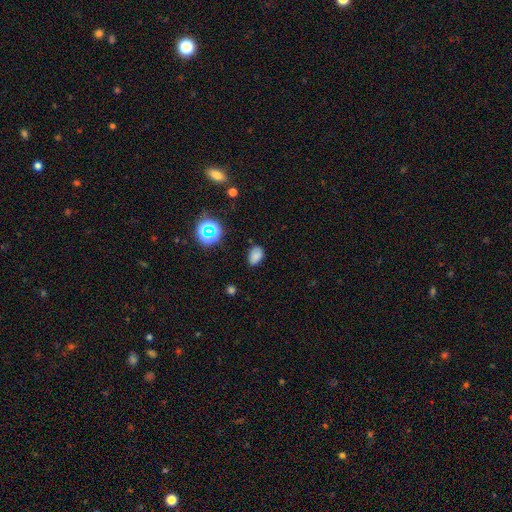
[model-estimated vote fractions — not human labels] A smooth galaxy with no disk features (78%) that is in between round and cigar-shaped (84%). Merging: none (78%).